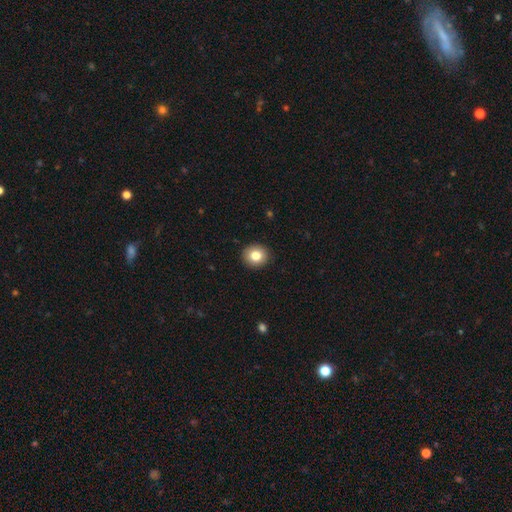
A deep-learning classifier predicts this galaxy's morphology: Smooth or featured?
  - smooth: 82% *
  - star or artifact: 10%
  - featured or disk: 9%
How rounded?
  - round: 86% *
  - in between: 14%
  - cigar-shaped: 1%
Merging?
  - none: 92% *
  - minor disturbance: 6%
  - major disturbance: 2%
  - merger: 1%